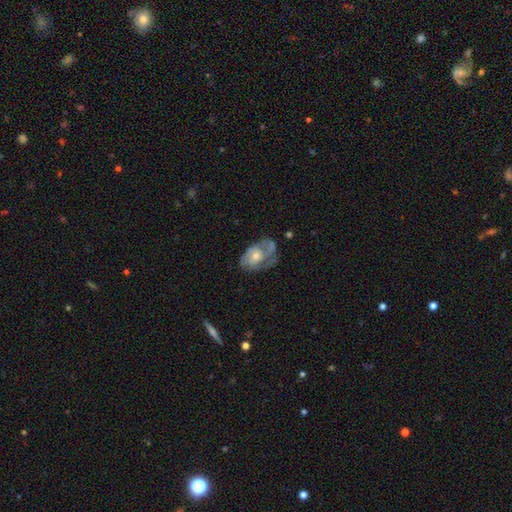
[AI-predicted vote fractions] A featured or disk galaxy (70%) with no bar (74%), tight (47%) spiral arms (75%) and a moderate central bulge (56%). Merging: none (51%).